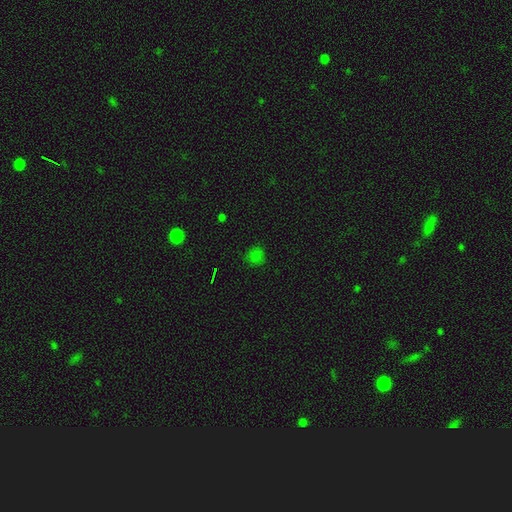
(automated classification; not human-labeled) Smooth or featured: smooth — 71% (star or artifact — 24%)
How rounded: round — 87% (in between — 12%)
Merging: none — 83% (minor disturbance — 12%)